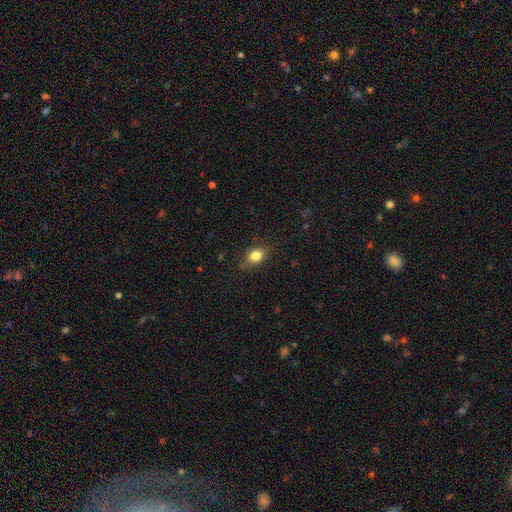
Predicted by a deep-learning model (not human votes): Smooth or featured? smooth (83%)
How rounded? in between (63%)
Merging? none (78%)